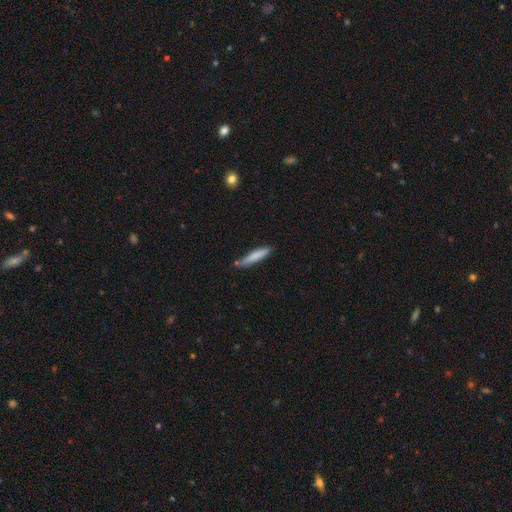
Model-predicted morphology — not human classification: smooth-or-featured: smooth: 81% | featured or disk: 13% | star or artifact: 6%
  how-rounded: cigar-shaped: 89% | in between: 10% | round: 1%
  merging: none: 76% | minor disturbance: 17% | merger: 4% | major disturbance: 3%